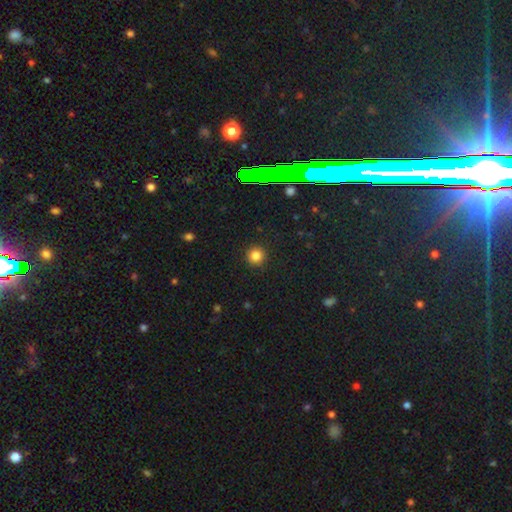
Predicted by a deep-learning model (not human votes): A smooth galaxy with no disk features (83%) that is round (95%).

Vote fractions:
- Smooth or featured? smooth: 83% / star or artifact: 13% / featured or disk: 4%
- How rounded? round: 95% / in between: 4% / cigar-shaped: 1%
- Merging? none: 92% / minor disturbance: 5% / major disturbance: 2% / merger: 1%